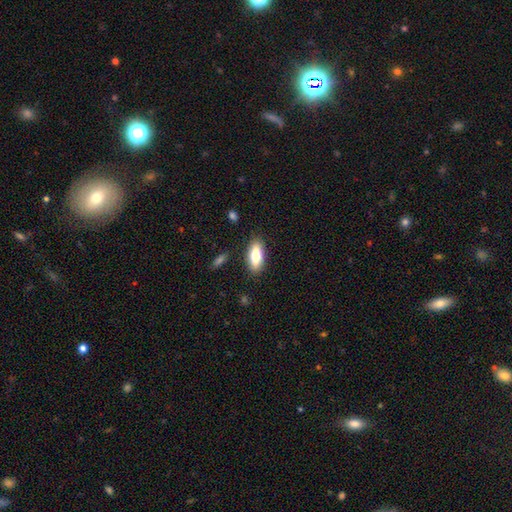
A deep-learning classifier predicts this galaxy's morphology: type=smooth (76%); roundness=in between (79%); merging=none (86%).